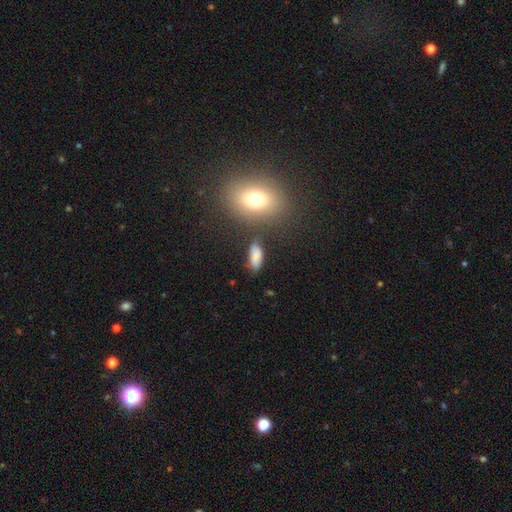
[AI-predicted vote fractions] smooth-or-featured: smooth: 79% | featured or disk: 11% | star or artifact: 10%
  how-rounded: in between: 76% | cigar-shaped: 20% | round: 4%
  merging: none: 66% | minor disturbance: 20% | merger: 8% | major disturbance: 7%